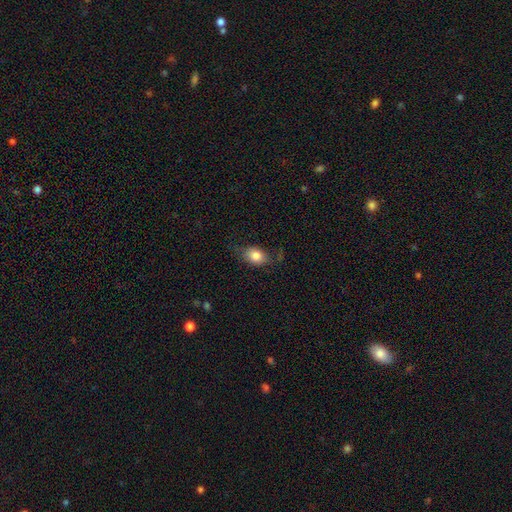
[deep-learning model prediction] smooth-or-featured: smooth: 80% | featured or disk: 12% | star or artifact: 8%
  how-rounded: in between: 75% | round: 23% | cigar-shaped: 2%
  merging: none: 64% | minor disturbance: 24% | major disturbance: 10% | merger: 2%